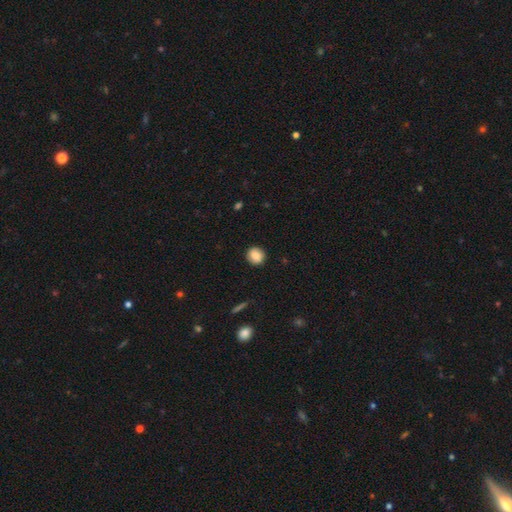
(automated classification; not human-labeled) Smooth or featured? smooth (86%)
How rounded? round (87%)
Merging? none (90%)